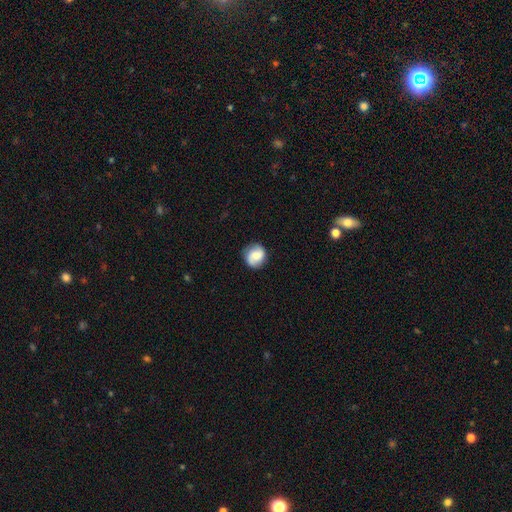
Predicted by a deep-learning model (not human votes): Morphology: type=smooth (50%); roundness=round (85%); merging=none (81%).